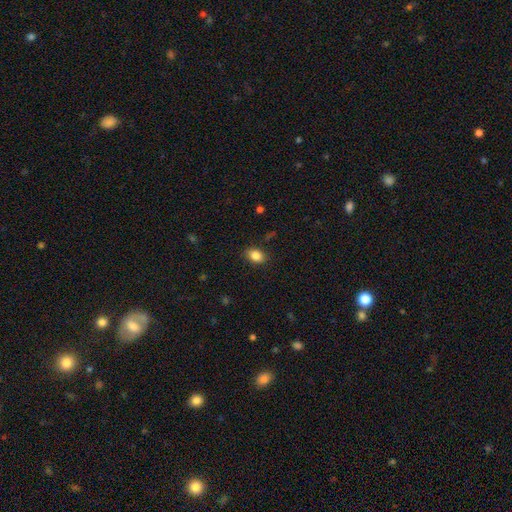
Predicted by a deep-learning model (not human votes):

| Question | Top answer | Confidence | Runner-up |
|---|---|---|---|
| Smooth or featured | smooth | 85% | star or artifact (9%) |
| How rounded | in between | 76% | round (23%) |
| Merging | none | 85% | minor disturbance (11%) |